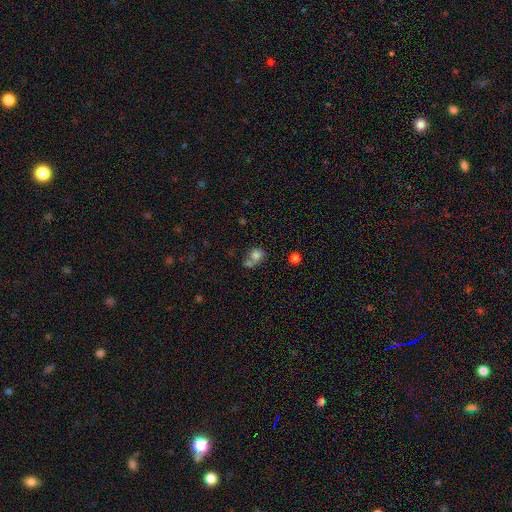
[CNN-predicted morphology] Smooth or featured?
  - smooth: 78% *
  - star or artifact: 11%
  - featured or disk: 11%
How rounded?
  - round: 73% *
  - in between: 26%
  - cigar-shaped: 1%
Merging?
  - merger: 40% *
  - none: 38%
  - minor disturbance: 13%
  - major disturbance: 8%